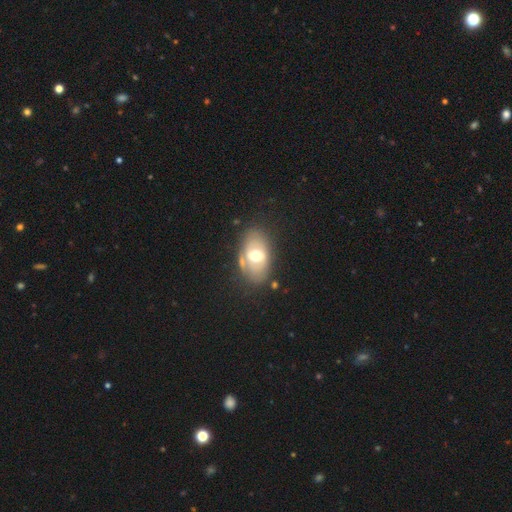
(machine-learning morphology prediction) A smooth galaxy with no disk features (47%). Merging: none (67%).